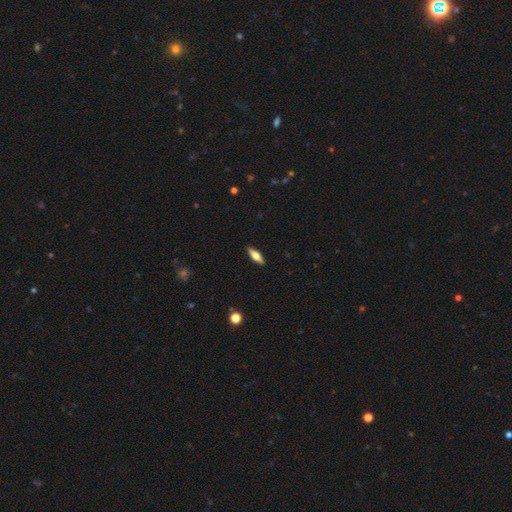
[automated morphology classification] This appears to be a smooth galaxy with no disk features (58%) that is in between round and cigar-shaped (51%). Merging: none (90%).